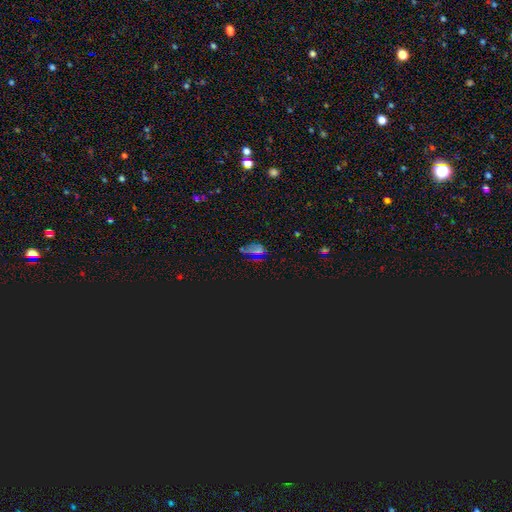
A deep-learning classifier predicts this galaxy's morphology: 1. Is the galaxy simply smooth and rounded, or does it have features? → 60% star or artifact, 30% smooth, 11% featured or disk.